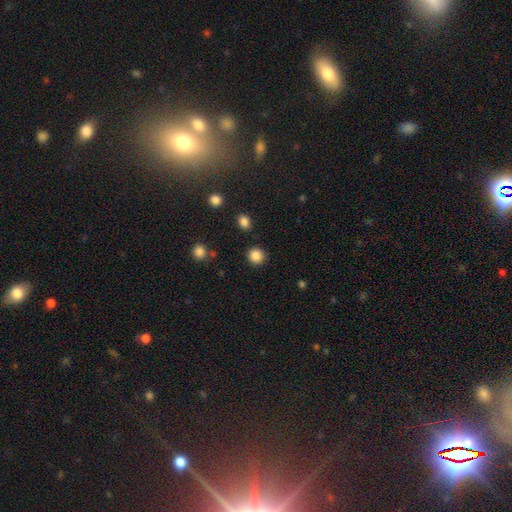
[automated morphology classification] Smooth or featured?
  - smooth: 86% *
  - star or artifact: 10%
  - featured or disk: 4%
How rounded?
  - round: 92% *
  - in between: 7%
  - cigar-shaped: 1%
Merging?
  - none: 90% *
  - minor disturbance: 5%
  - major disturbance: 2%
  - merger: 2%